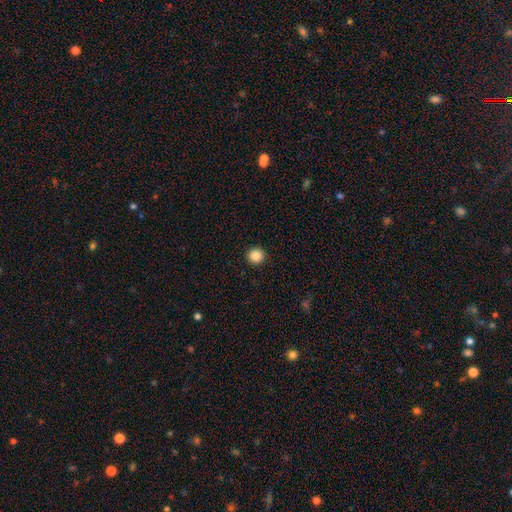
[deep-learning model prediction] smooth 87%, star or artifact 10%, featured or disk 3%. Down the decision tree: how rounded — round (94%); merging — none (93%).